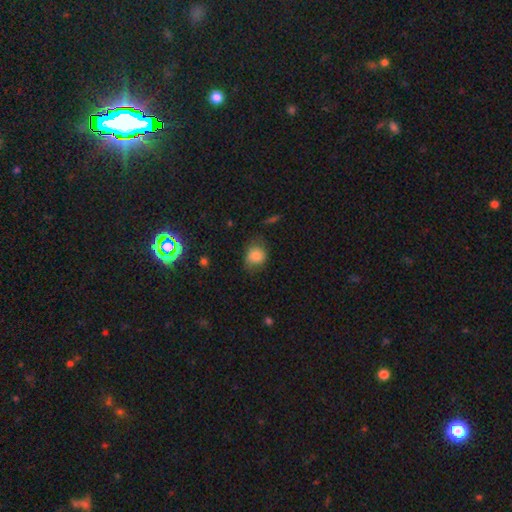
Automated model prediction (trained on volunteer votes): Smooth or featured?
  - smooth: 80% *
  - featured or disk: 10%
  - star or artifact: 10%
How rounded?
  - round: 65% *
  - in between: 34%
  - cigar-shaped: 1%
Merging?
  - none: 61% *
  - minor disturbance: 28%
  - major disturbance: 9%
  - merger: 2%